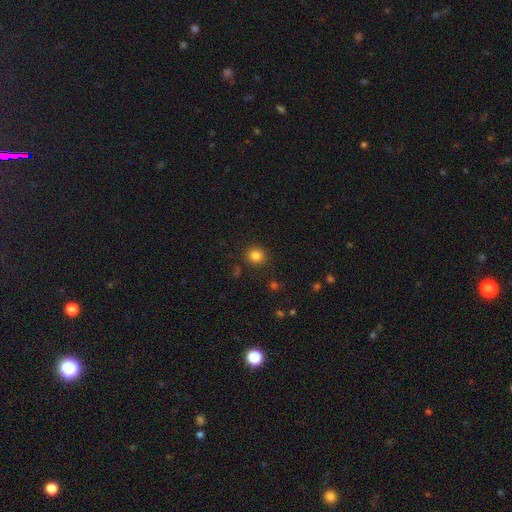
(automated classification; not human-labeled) This is clearly a smooth galaxy (83%). How rounded: clearly round (88%). Merging: clearly none (90%).